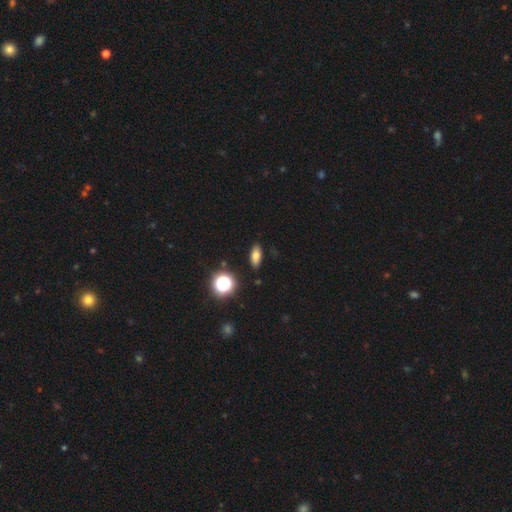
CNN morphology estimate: This is likely a smooth galaxy (73%). How rounded: likely in between (79%). Merging: clearly none (88%).